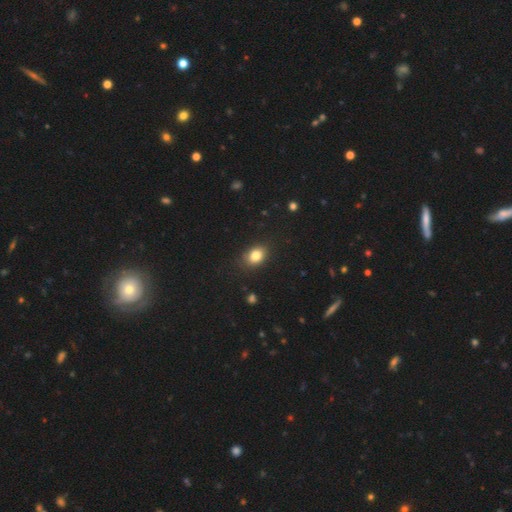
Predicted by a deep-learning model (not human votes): Overall: smooth (83%). How rounded: in between (66%; round 32%). Merging: none (83%).